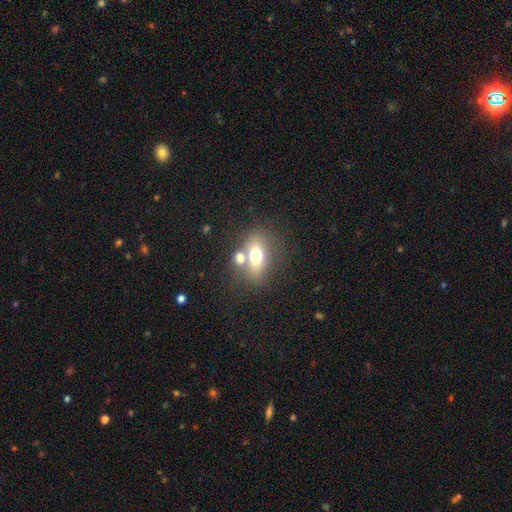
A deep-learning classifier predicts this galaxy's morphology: This is likely a smooth galaxy (68%). How rounded: likely in between (77%). Merging: possibly none (47%).